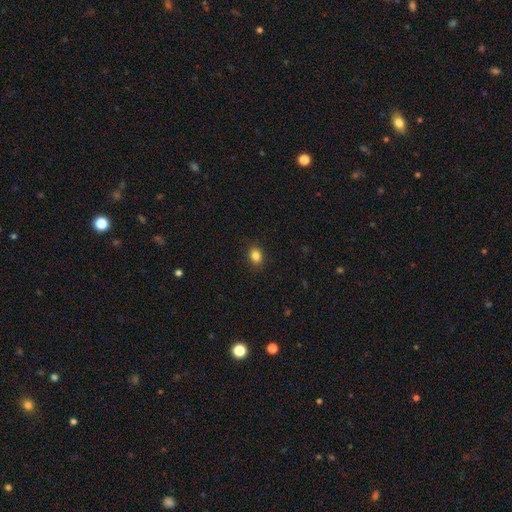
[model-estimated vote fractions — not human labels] This appears to be a smooth galaxy with no disk features (85%) that is round (54%). Merging: none (89%).